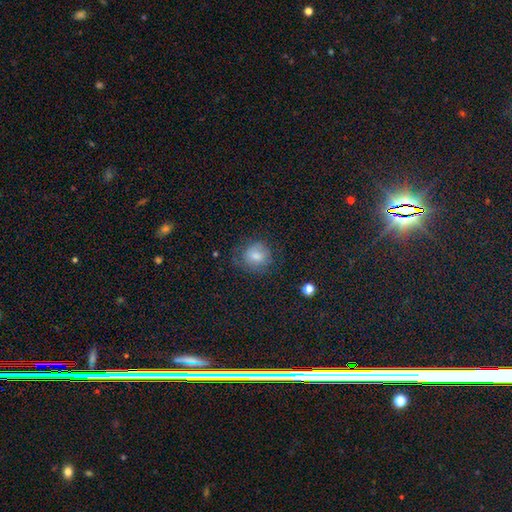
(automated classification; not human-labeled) smooth 72%, featured or disk 17%, star or artifact 11%. Down the decision tree: how rounded — round (77%); merging — none (63%).